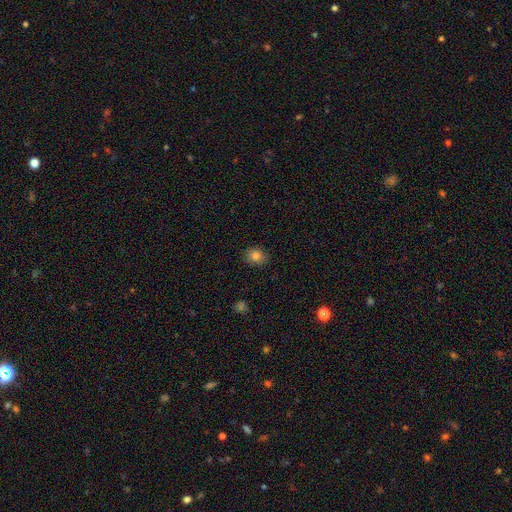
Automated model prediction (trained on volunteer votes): Morphology: type=smooth (81%); roundness=round (60%); merging=none (87%).